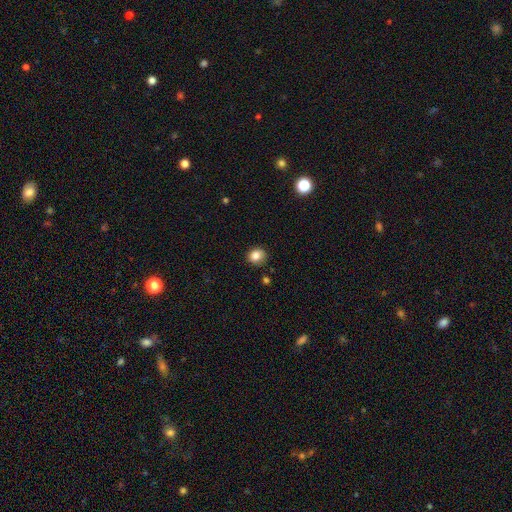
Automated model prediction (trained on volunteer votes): The model was most divided on "how rounded": round: 73%, in between: 26%, cigar-shaped: 1%. More confident: smooth or featured — smooth (85%); merging — none (81%).